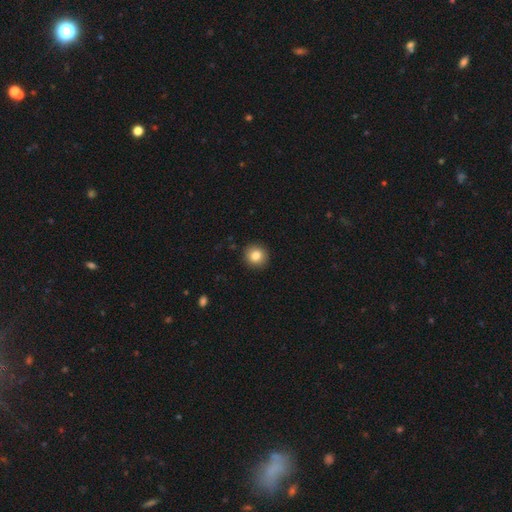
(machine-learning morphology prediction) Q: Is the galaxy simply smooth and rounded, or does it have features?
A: smooth — 83%.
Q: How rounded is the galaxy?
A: round — 93%.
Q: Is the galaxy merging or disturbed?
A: none — 92%.